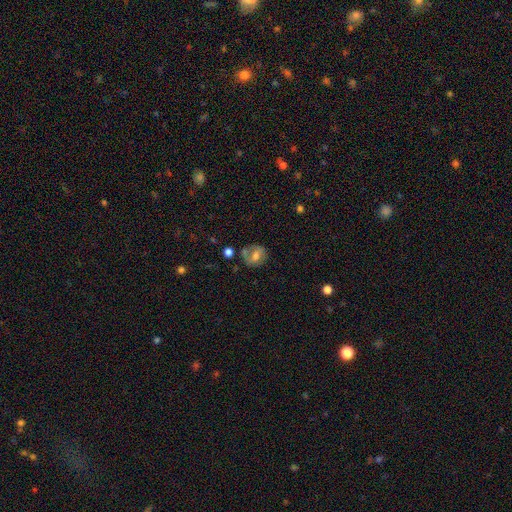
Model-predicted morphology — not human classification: Smooth or featured?
  - smooth: 55% *
  - featured or disk: 36%
  - star or artifact: 9%
How rounded?
  - round: 61% *
  - in between: 37%
  - cigar-shaped: 1%
Merging?
  - none: 58% *
  - minor disturbance: 20%
  - merger: 13%
  - major disturbance: 8%